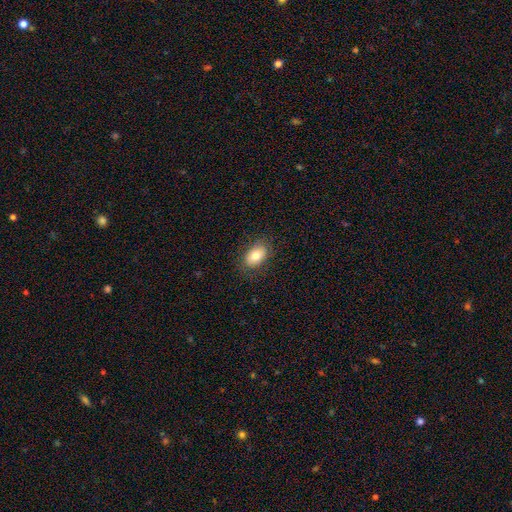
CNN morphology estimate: This appears to be a smooth galaxy with no disk features (79%) that is in between round and cigar-shaped (87%). Merging: none (83%).